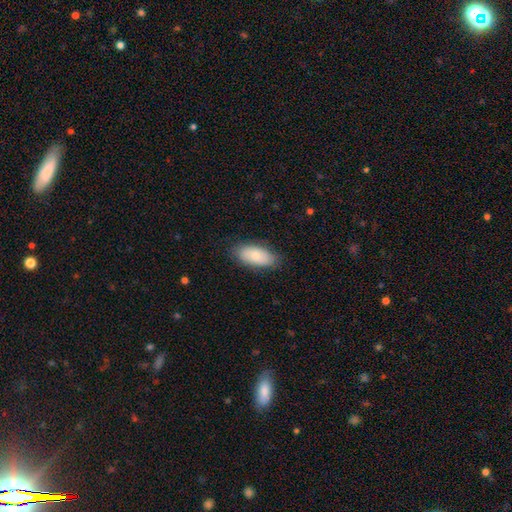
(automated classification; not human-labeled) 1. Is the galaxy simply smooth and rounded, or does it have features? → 76% smooth, 18% featured or disk, 6% star or artifact.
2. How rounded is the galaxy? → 91% in between, 6% cigar-shaped, 3% round.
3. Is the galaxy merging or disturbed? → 81% none, 14% minor disturbance, 3% major disturbance, 1% merger.